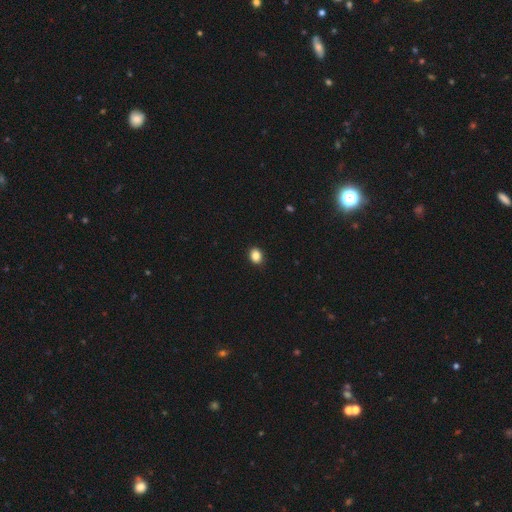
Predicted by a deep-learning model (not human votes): This appears to be a smooth galaxy with no disk features (86%) that is in between round and cigar-shaped (53%). Merging: none (90%).